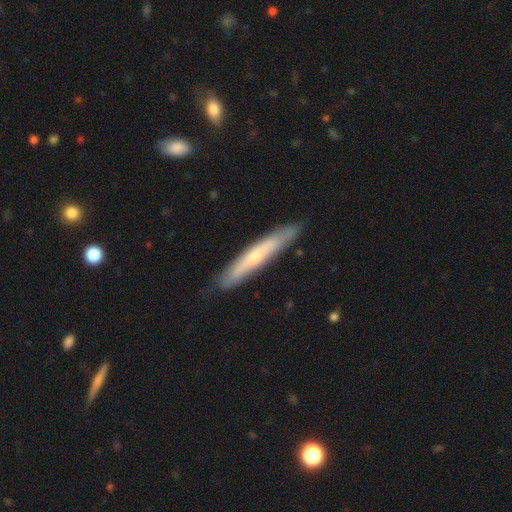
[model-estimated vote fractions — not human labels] Smooth or featured: smooth — 49% (featured or disk — 45%)
Merging: none — 82% (minor disturbance — 14%)